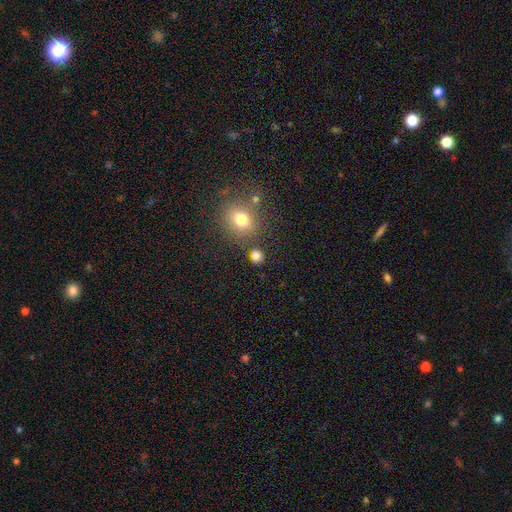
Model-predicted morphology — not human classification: Overall: smooth (80%). How rounded: round (80%). Merging: none (79%).